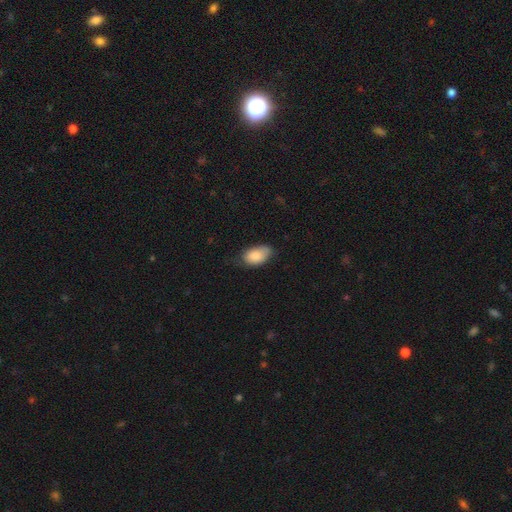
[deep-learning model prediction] Overall: smooth (85%). How rounded: in between (92%). Merging: none (55%; minor disturbance 35%).